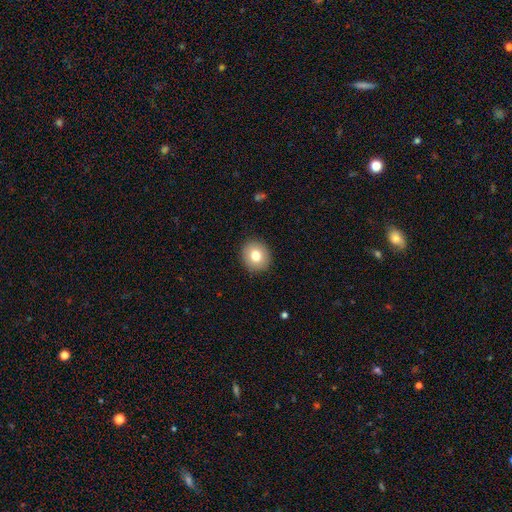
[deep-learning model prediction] smooth_or_featured: smooth (p=0.78) [alt: featured or disk p=0.12]
how_rounded: round (p=0.83) [alt: in between p=0.16]
merging: none (p=0.91) [alt: minor disturbance p=0.06]